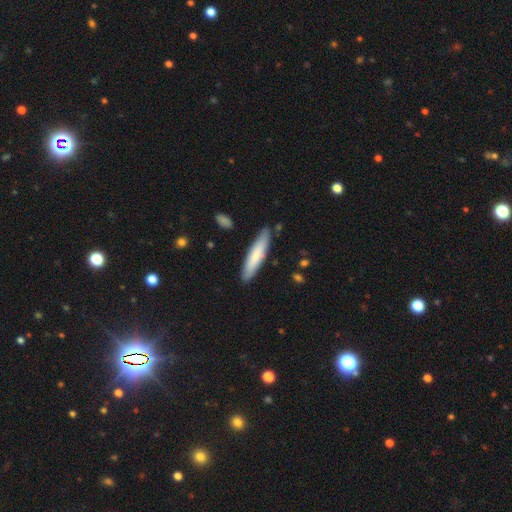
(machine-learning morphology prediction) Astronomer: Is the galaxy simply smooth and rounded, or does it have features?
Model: smooth — 74%.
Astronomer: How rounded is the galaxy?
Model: cigar-shaped — 83%.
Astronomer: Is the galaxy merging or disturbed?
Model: none — 85%.